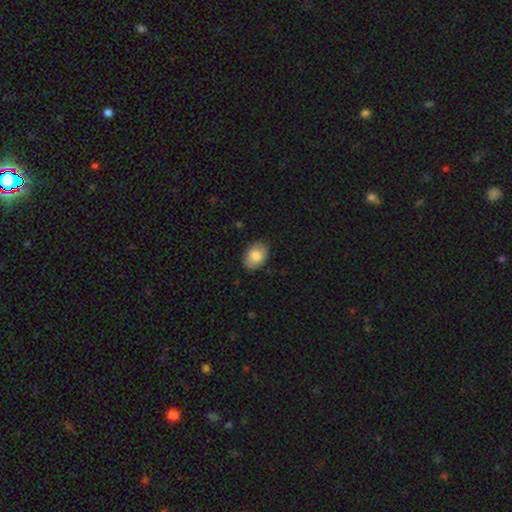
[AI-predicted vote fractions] Smooth or featured? Predicted: smooth (p=0.84). How rounded? Predicted: in between (p=0.84). Merging? Predicted: none (p=0.85).